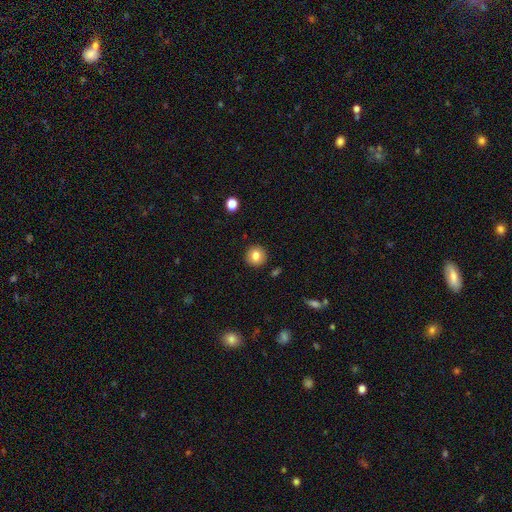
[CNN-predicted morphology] A smooth galaxy with no disk features (80%) that is round (91%). Merging: none (91%).